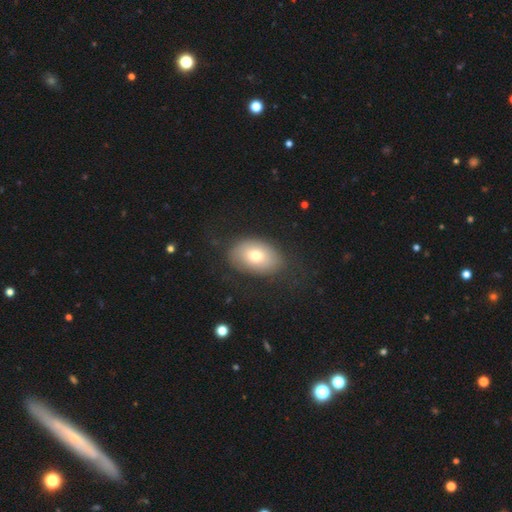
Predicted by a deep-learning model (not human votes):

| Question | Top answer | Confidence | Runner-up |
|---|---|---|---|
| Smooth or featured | smooth | 71% | featured or disk (20%) |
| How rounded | in between | 86% | round (13%) |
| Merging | none | 74% | minor disturbance (17%) |